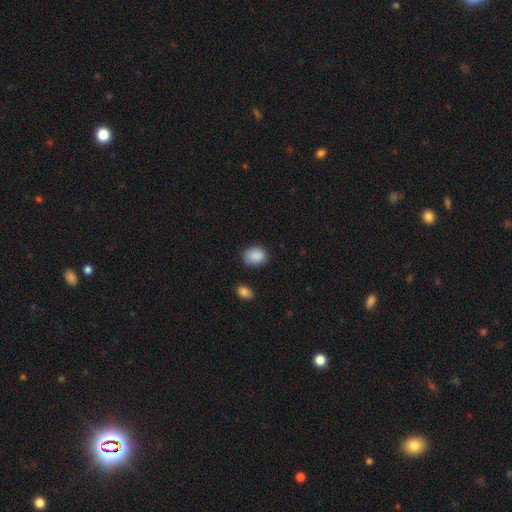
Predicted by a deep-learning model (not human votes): Smooth or featured? Predicted: smooth (p=0.89). How rounded? Predicted: in between (p=0.60). Merging? Predicted: none (p=0.75).